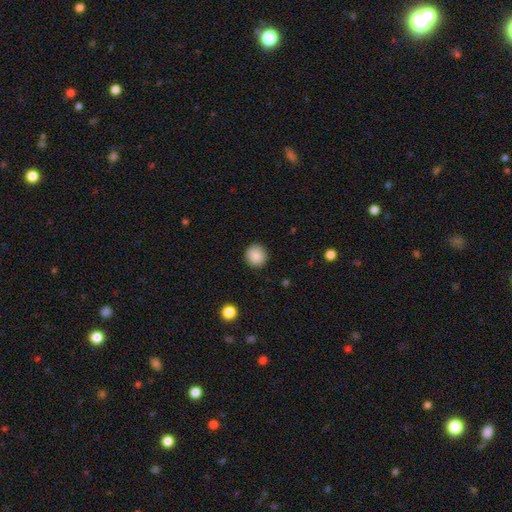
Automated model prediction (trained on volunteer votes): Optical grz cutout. It shows a smooth galaxy with no disk features (88%) that is round (92%). Merging: none (91%).